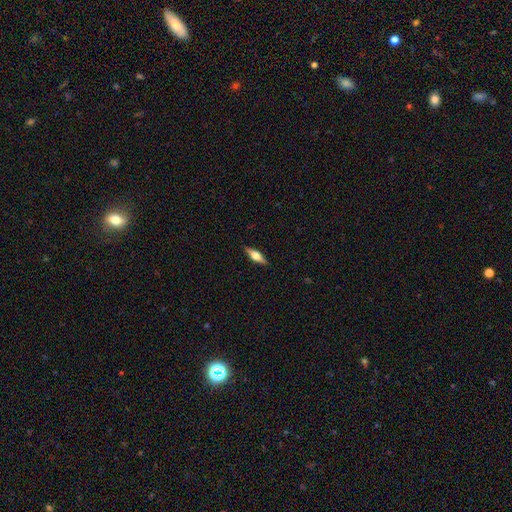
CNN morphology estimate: Smooth or featured: featured or disk — 55% (smooth — 39%)
Edge-on disk: yes — 95% (no — 5%)
Edge-on bulge: rounded — 93% (boxy — 5%)
Merging: none — 90% (minor disturbance — 8%)